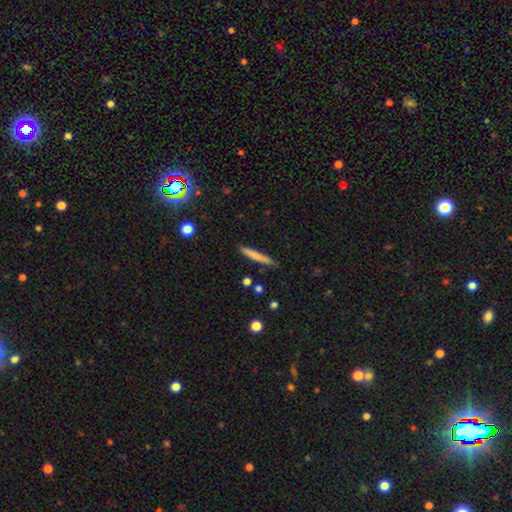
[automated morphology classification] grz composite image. It shows a smooth galaxy with no disk features (72%) that is cigar-shaped (95%). Merging: none (83%).